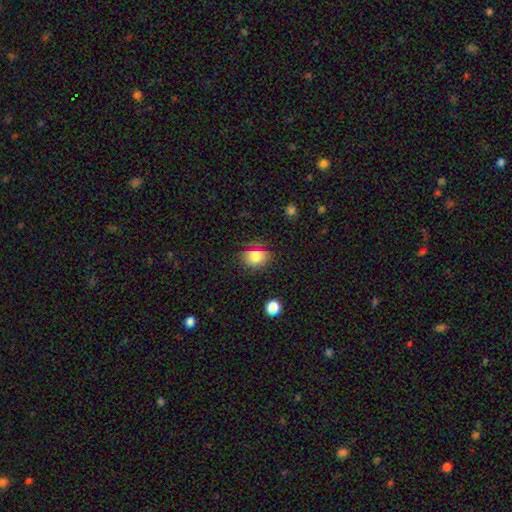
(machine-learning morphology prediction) smooth-or-featured: smooth: 79% | star or artifact: 14% | featured or disk: 7%
  how-rounded: in between: 50% | round: 48% | cigar-shaped: 1%
  merging: none: 79% | minor disturbance: 15% | major disturbance: 4% | merger: 2%